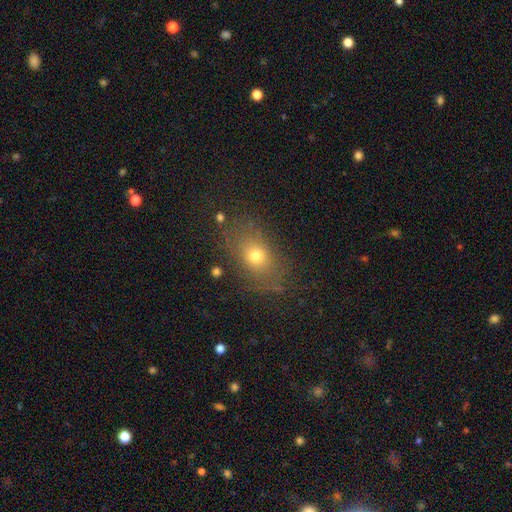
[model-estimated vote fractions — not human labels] A smooth galaxy with no disk features (69%) that is in between round and cigar-shaped (64%).

Vote fractions:
- Smooth or featured? smooth: 69% / star or artifact: 17% / featured or disk: 14%
- How rounded? in between: 64% / round: 33% / cigar-shaped: 3%
- Merging? none: 78% / minor disturbance: 13% / major disturbance: 6% / merger: 2%